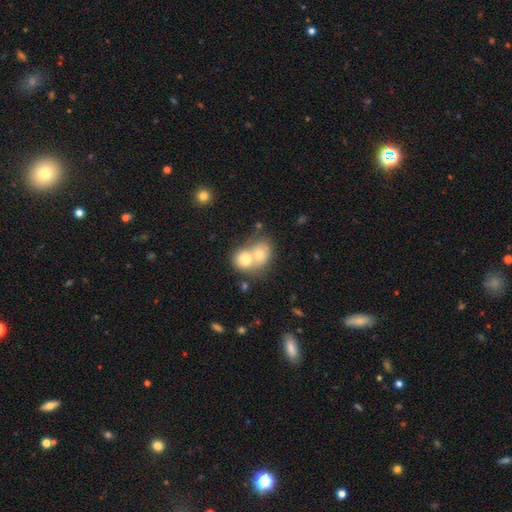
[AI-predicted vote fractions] Smooth or featured?
  - smooth: 66% *
  - featured or disk: 24%
  - star or artifact: 10%
How rounded?
  - round: 65% *
  - in between: 34%
  - cigar-shaped: 1%
Merging?
  - merger: 73% *
  - none: 20%
  - minor disturbance: 5%
  - major disturbance: 3%